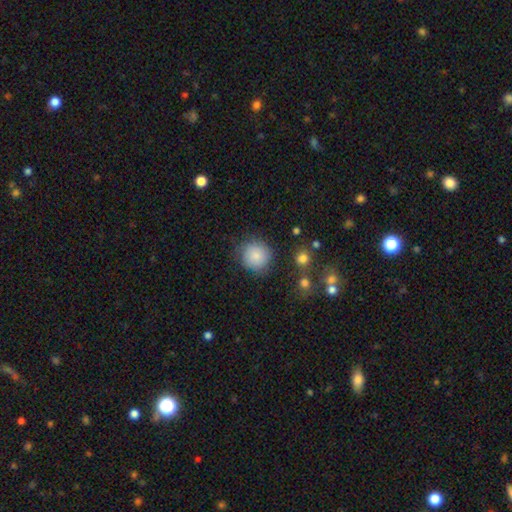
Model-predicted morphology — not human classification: Smooth or featured?
  - smooth: 84% *
  - star or artifact: 8%
  - featured or disk: 8%
How rounded?
  - round: 90% *
  - in between: 9%
  - cigar-shaped: 1%
Merging?
  - none: 79% *
  - minor disturbance: 14%
  - major disturbance: 4%
  - merger: 3%